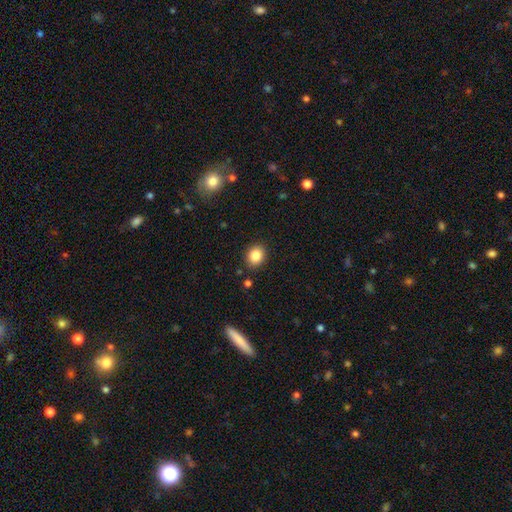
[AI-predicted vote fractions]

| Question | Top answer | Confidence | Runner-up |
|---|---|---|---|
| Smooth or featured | smooth | 85% | star or artifact (10%) |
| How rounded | round | 64% | in between (35%) |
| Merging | none | 88% | minor disturbance (8%) |